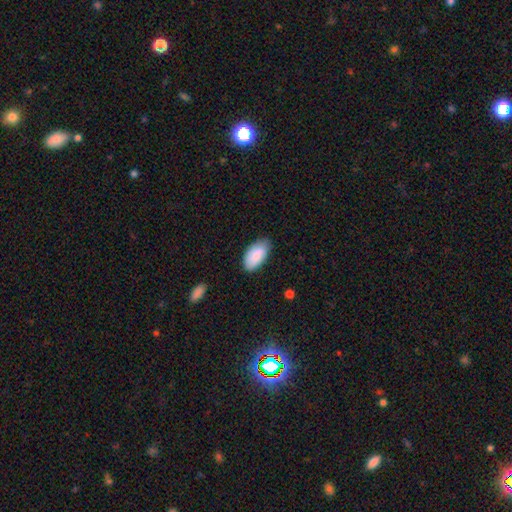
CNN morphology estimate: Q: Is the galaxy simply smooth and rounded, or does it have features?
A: smooth — 85%.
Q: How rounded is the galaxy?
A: in between — 95%.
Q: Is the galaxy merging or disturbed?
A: none — 76%.